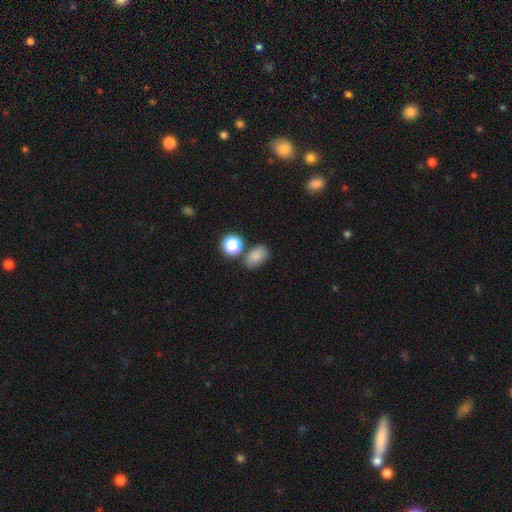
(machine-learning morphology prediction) A smooth galaxy with no disk features (80%) that is in between round and cigar-shaped (77%).

Vote fractions:
- Smooth or featured? smooth: 80% / star or artifact: 12% / featured or disk: 8%
- How rounded? in between: 77% / round: 22% / cigar-shaped: 2%
- Merging? none: 62% / minor disturbance: 19% / merger: 14% / major disturbance: 5%